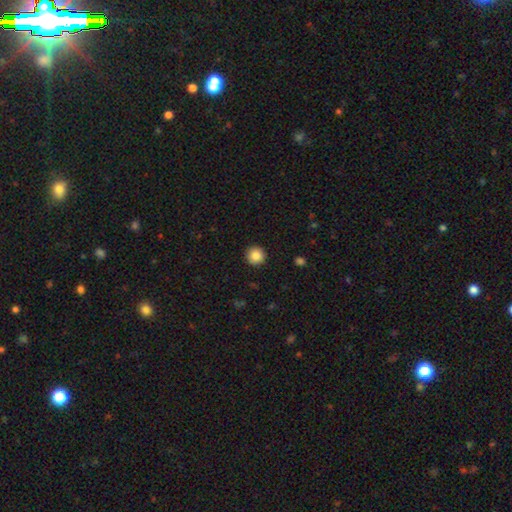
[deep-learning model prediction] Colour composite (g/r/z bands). It shows a smooth galaxy with no disk features (87%) that is round (96%). Merging: none (93%).